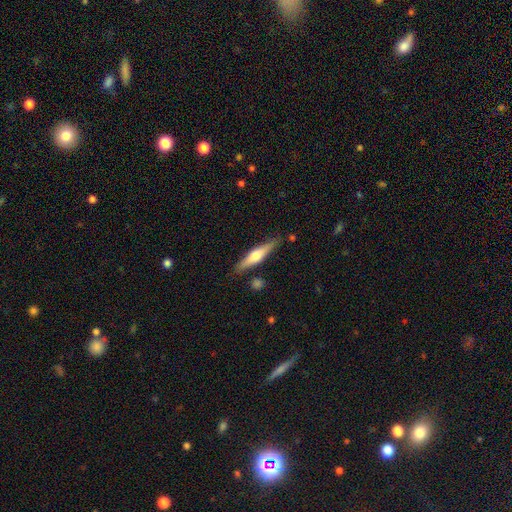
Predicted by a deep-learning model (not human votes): smooth_or_featured: featured or disk (p=0.53) [alt: smooth p=0.42]
disk_edge_on: yes (p=0.95) [alt: no p=0.05]
merging: none (p=0.84) [alt: minor disturbance p=0.11]